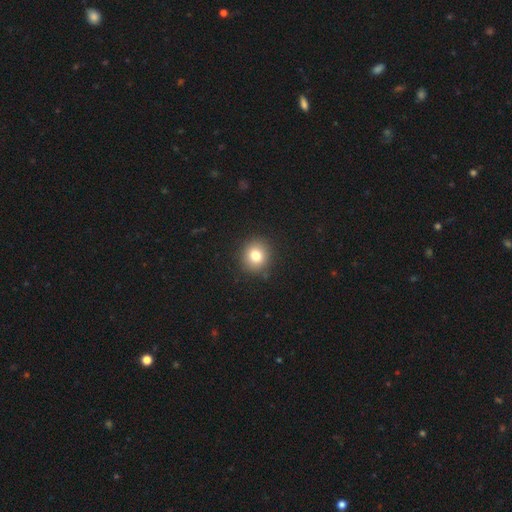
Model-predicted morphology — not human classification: Smooth or featured? Predicted: smooth (p=0.79). How rounded? Predicted: round (p=0.86). Merging? Predicted: none (p=0.90).